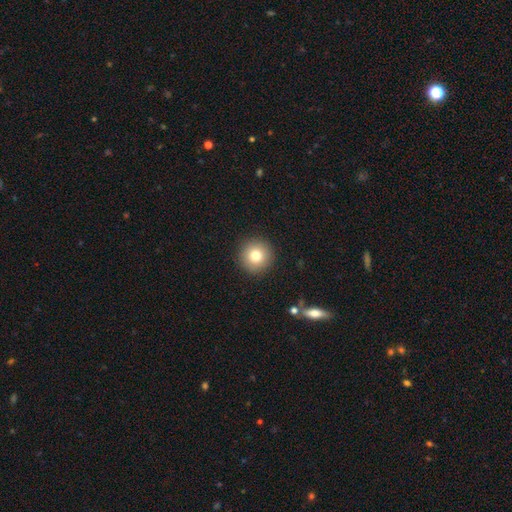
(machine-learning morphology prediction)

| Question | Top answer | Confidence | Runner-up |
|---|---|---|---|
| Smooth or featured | smooth | 79% | featured or disk (11%) |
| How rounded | round | 96% | in between (4%) |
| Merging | none | 92% | minor disturbance (5%) |